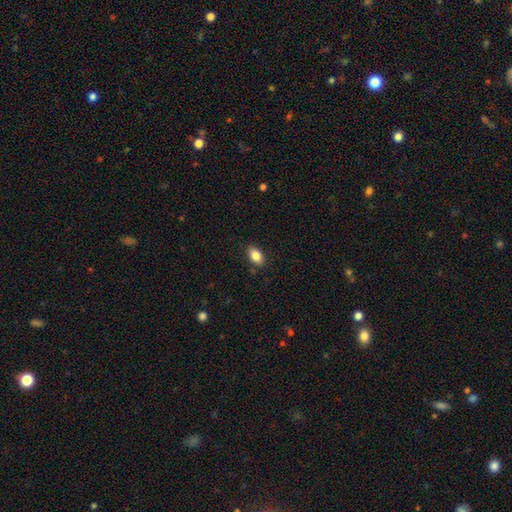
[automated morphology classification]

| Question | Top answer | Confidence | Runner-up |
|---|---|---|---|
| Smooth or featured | smooth | 84% | featured or disk (8%) |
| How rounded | in between | 90% | round (7%) |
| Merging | none | 87% | minor disturbance (10%) |